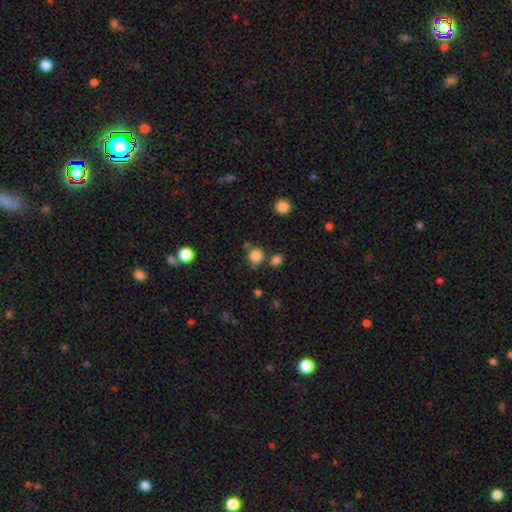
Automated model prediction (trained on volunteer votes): Smooth or featured?
  - smooth: 83% *
  - star or artifact: 12%
  - featured or disk: 4%
How rounded?
  - round: 87% *
  - in between: 12%
  - cigar-shaped: 1%
Merging?
  - none: 70% *
  - minor disturbance: 14%
  - merger: 12%
  - major disturbance: 4%